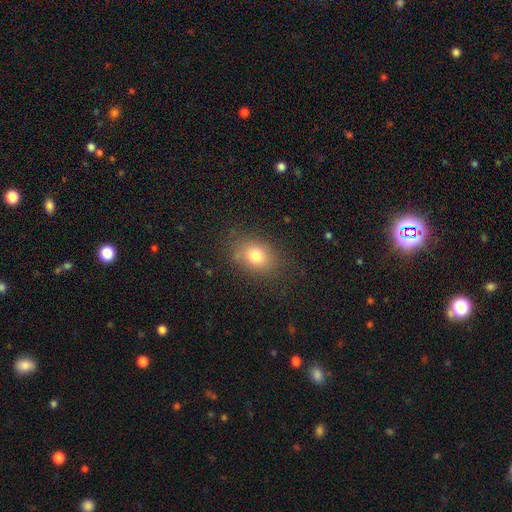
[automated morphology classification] Smooth or featured?
  - smooth: 78% *
  - star or artifact: 12%
  - featured or disk: 11%
How rounded?
  - in between: 64% *
  - round: 35%
  - cigar-shaped: 1%
Merging?
  - none: 78% *
  - minor disturbance: 15%
  - major disturbance: 5%
  - merger: 2%